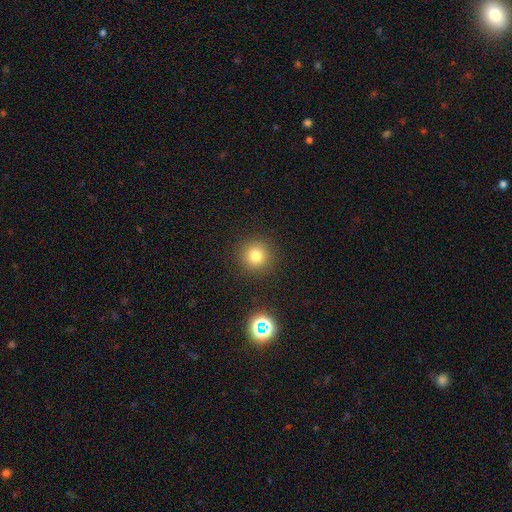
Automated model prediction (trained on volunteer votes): smooth-or-featured: smooth: 78% | star or artifact: 15% | featured or disk: 7%
  how-rounded: round: 94% | in between: 5% | cigar-shaped: 1%
  merging: none: 90% | minor disturbance: 6% | major disturbance: 2% | merger: 2%